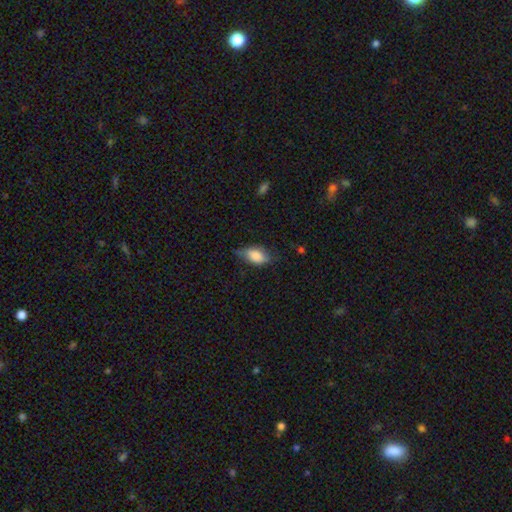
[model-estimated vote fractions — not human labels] Morphology: type=smooth (81%); roundness=in between (90%); merging=none (54%).